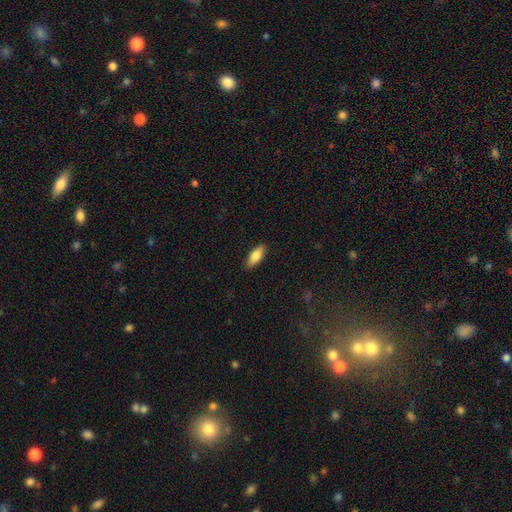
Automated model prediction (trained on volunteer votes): smooth 79%, featured or disk 15%, star or artifact 6%. Down the decision tree: how rounded — in between (73%); merging — none (88%).